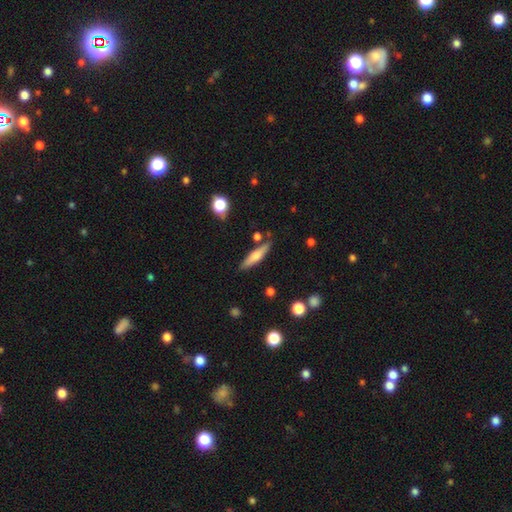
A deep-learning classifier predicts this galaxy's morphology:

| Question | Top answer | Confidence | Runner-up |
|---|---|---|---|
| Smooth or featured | smooth | 56% | featured or disk (37%) |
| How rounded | cigar-shaped | 79% | in between (19%) |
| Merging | none | 81% | minor disturbance (12%) |